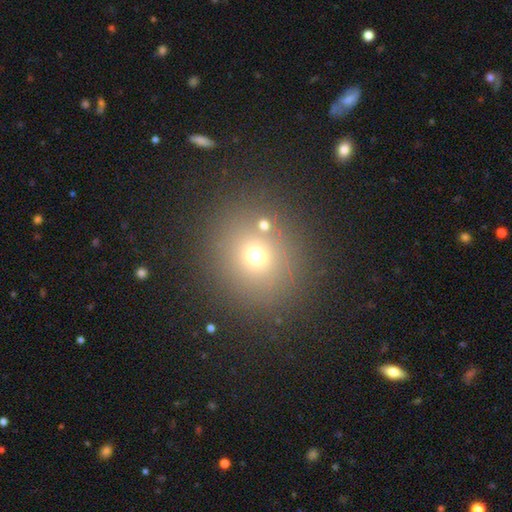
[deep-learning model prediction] smooth 65%, star or artifact 24%, featured or disk 11%. Down the decision tree: how rounded — round (83%); merging — none (81%).